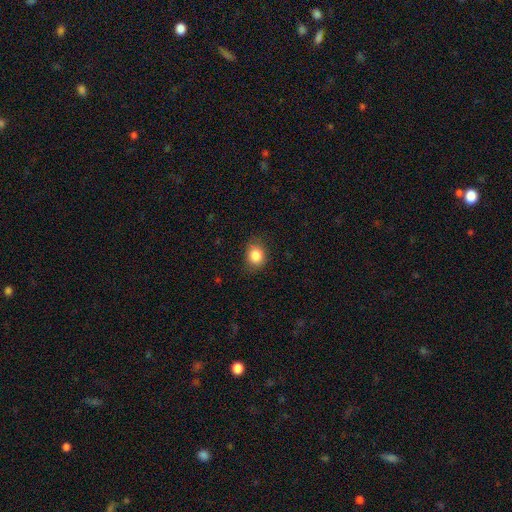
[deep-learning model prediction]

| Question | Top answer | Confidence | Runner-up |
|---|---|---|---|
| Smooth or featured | smooth | 85% | star or artifact (10%) |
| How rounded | round | 61% | in between (38%) |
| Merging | none | 80% | minor disturbance (16%) |